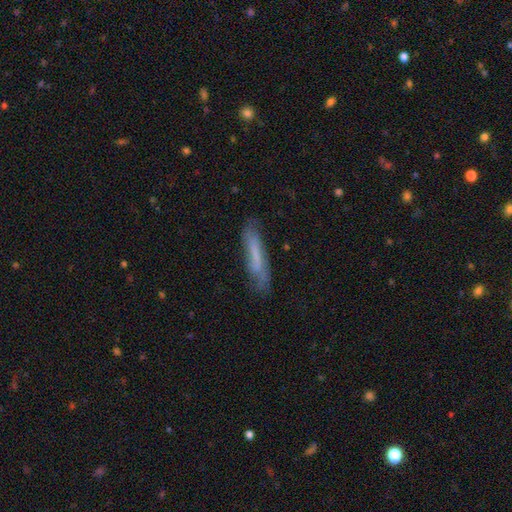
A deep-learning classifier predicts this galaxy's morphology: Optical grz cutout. It shows a smooth galaxy with no disk features (53%) that is cigar-shaped (86%). Merging: none (70%).